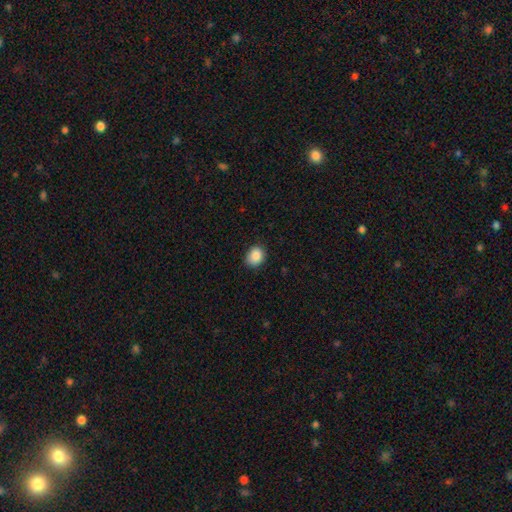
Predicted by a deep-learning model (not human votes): smooth_or_featured: smooth (p=0.88) [alt: star or artifact p=0.09]
how_rounded: round (p=0.55) [alt: in between p=0.44]
merging: none (p=0.85) [alt: minor disturbance p=0.12]